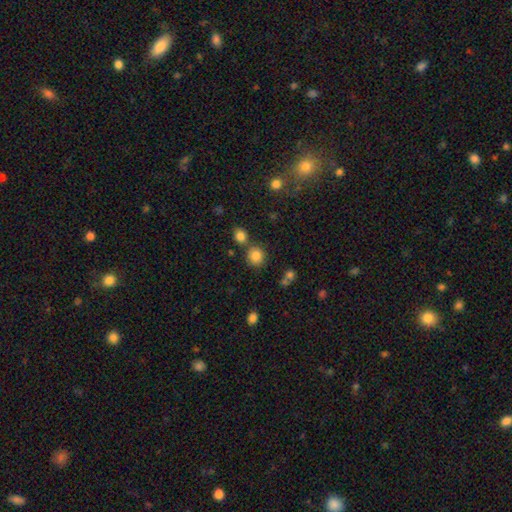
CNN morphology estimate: type=smooth (83%); roundness=round (88%); merging=none (72%).